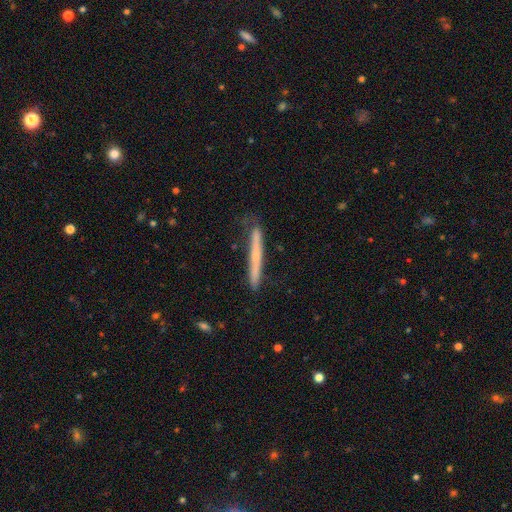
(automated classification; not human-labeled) The model was most divided on "smooth or featured": smooth: 49%, featured or disk: 44%, star or artifact: 7%. More confident: merging — none (77%).